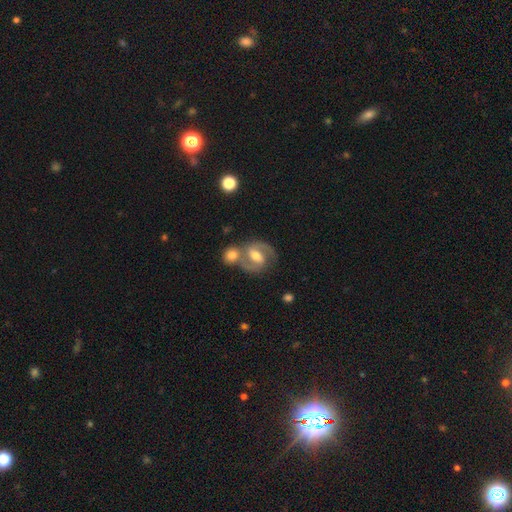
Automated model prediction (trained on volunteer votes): Smooth or featured?
  - featured or disk: 80% *
  - smooth: 14%
  - star or artifact: 6%
Edge-on disk?
  - no: 97% *
  - yes: 3%
Bar?
  - weak: 45% *
  - strong: 37%
  - no: 18%
Spiral arms?
  - yes: 93% *
  - no: 7%
Spiral winding?
  - medium: 60% *
  - tight: 26%
  - loose: 15%
Spiral arm count?
  - 2: 91% *
  - can't tell: 4%
  - 1: 2%
  - 3: 1%
  - 4: 1%
  - more than 4: 1%
Bulge size?
  - moderate: 67% *
  - small: 18%
  - large: 12%
  - none: 2%
  - dominant: 1%
Merging?
  - none: 53% *
  - merger: 31%
  - minor disturbance: 11%
  - major disturbance: 5%